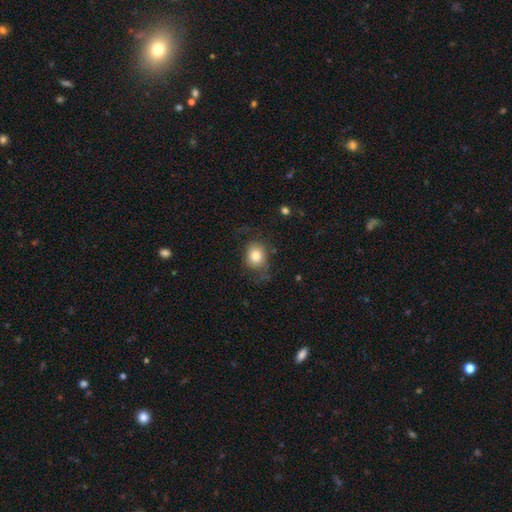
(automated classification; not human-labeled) A smooth galaxy with no disk features (79%) that is round (54%). Merging: none (63%).